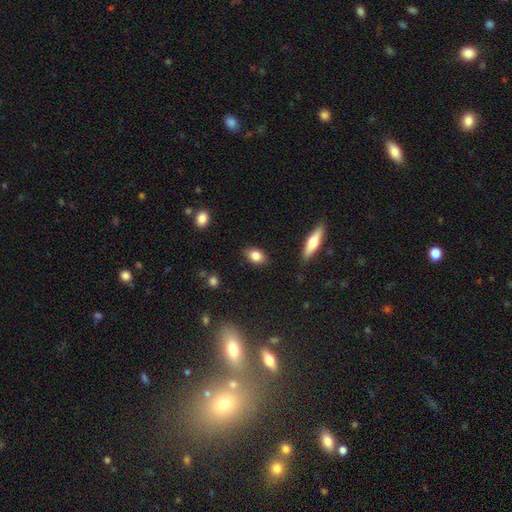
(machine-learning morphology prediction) A smooth galaxy with no disk features (79%) that is in between round and cigar-shaped (83%). Merging: none (84%).